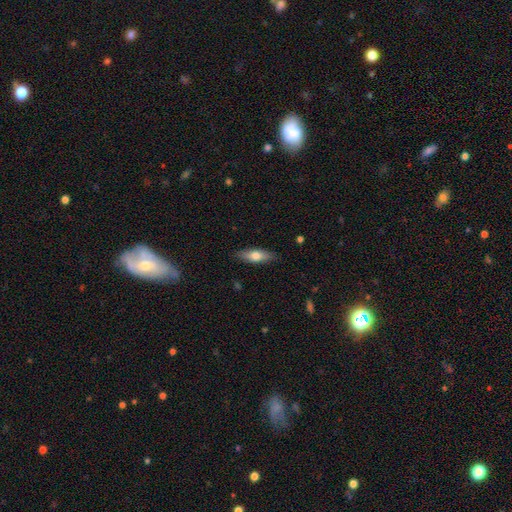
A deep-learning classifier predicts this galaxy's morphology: This appears to be a smooth galaxy with no disk features (66%) that is in between round and cigar-shaped (57%). Merging: none (86%).